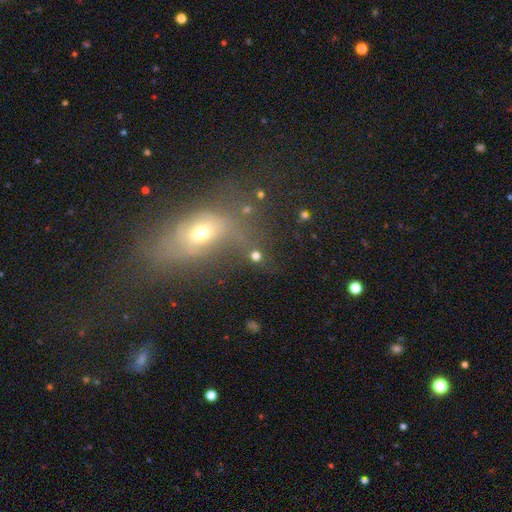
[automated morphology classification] The model was most divided on "smooth or featured": smooth: 66%, star or artifact: 23%, featured or disk: 11%. More confident: how rounded — round (73%); merging — none (66%).